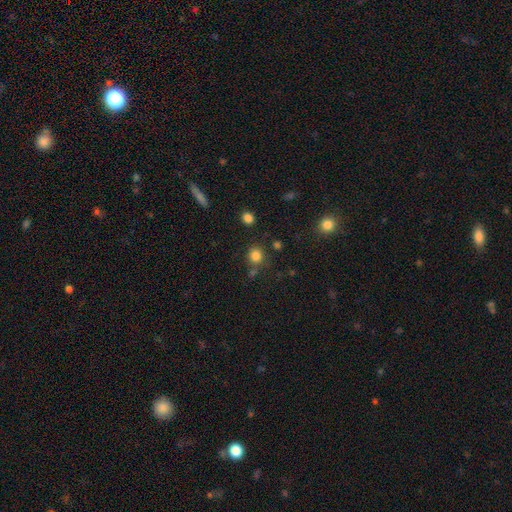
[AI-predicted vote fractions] smooth 81%, star or artifact 14%, featured or disk 5%. Down the decision tree: how rounded — round (88%); merging — none (75%).